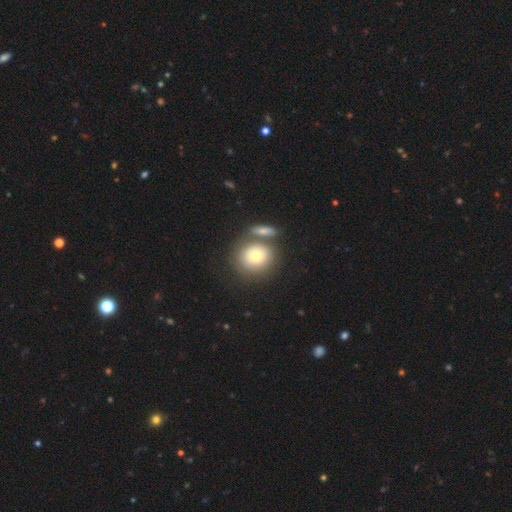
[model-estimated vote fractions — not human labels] Smooth or featured: smooth — 69% (featured or disk — 22%)
How rounded: round — 81% (in between — 17%)
Merging: none — 58% (merger — 26%)